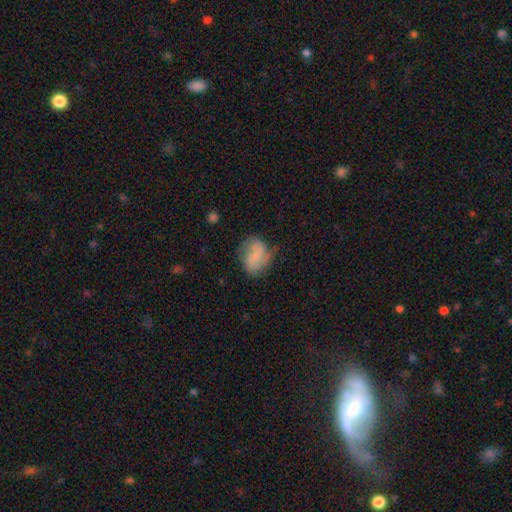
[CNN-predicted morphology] Smooth or featured? smooth (47%)
Merging? none (60%)